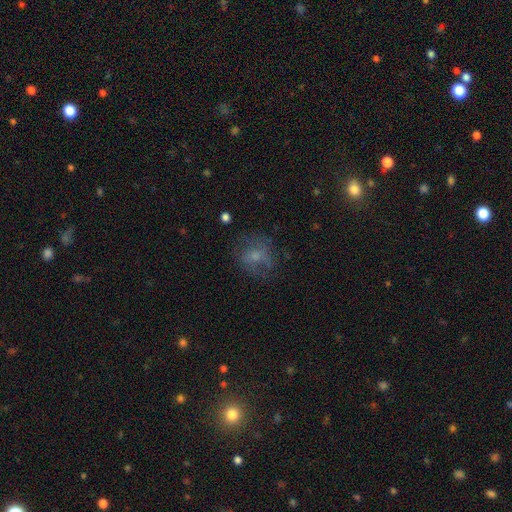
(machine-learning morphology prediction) A smooth galaxy with no disk features (52%) that is round (62%).

Vote fractions:
- Smooth or featured? smooth: 52% / featured or disk: 35% / star or artifact: 13%
- How rounded? round: 62% / in between: 37% / cigar-shaped: 1%
- Merging? none: 56% / major disturbance: 21% / minor disturbance: 21% / merger: 2%